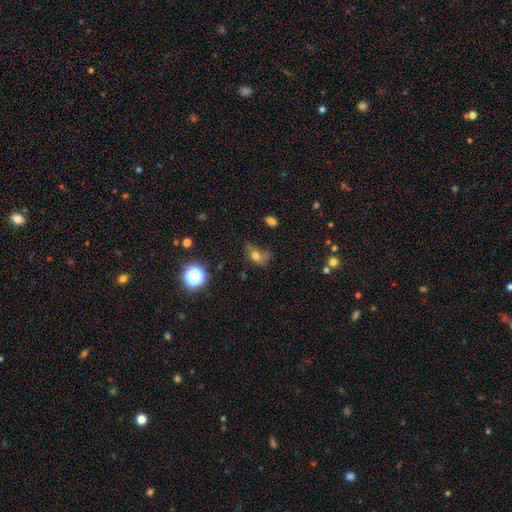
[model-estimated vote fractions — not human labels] A smooth galaxy with no disk features (62%) that is in between round and cigar-shaped (68%).

Vote fractions:
- Smooth or featured? smooth: 62% / featured or disk: 20% / star or artifact: 18%
- How rounded? in between: 68% / round: 28% / cigar-shaped: 3%
- Merging? none: 34% / major disturbance: 29% / minor disturbance: 28% / merger: 9%